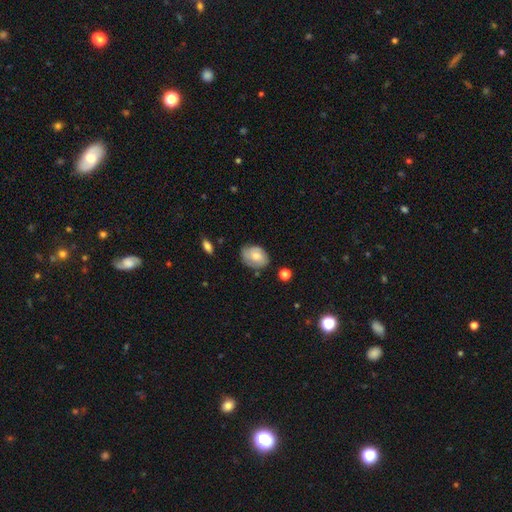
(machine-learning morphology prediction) A smooth galaxy with no disk features (65%) that is in between round and cigar-shaped (71%). Merging: none (66%).